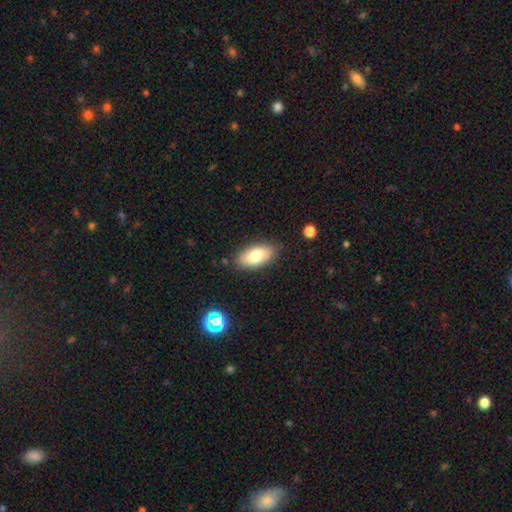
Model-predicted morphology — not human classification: This is likely a smooth galaxy (79%). How rounded: clearly in between (92%). Merging: clearly none (83%).